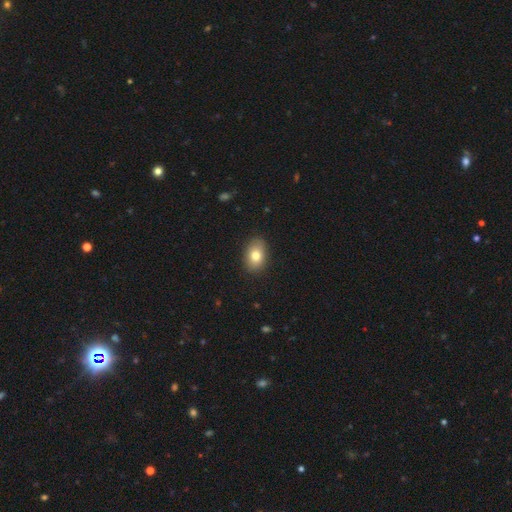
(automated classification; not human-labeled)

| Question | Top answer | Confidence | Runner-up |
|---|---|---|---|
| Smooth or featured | smooth | 79% | featured or disk (12%) |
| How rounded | in between | 83% | round (15%) |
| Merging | none | 88% | minor disturbance (9%) |